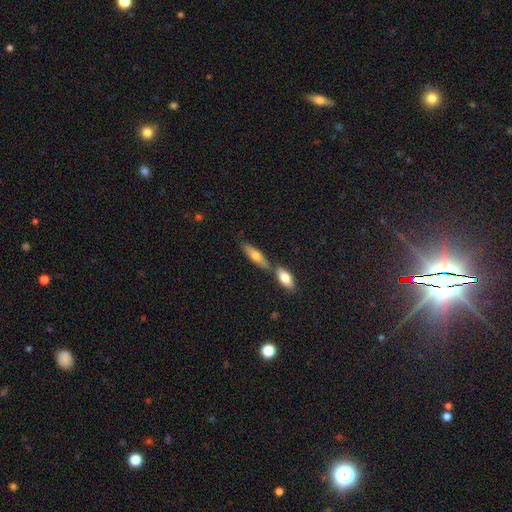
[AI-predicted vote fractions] smooth_or_featured: smooth (p=0.65) [alt: featured or disk p=0.29]
how_rounded: cigar-shaped (p=0.56) [alt: in between p=0.42]
merging: none (p=0.54) [alt: merger p=0.32]